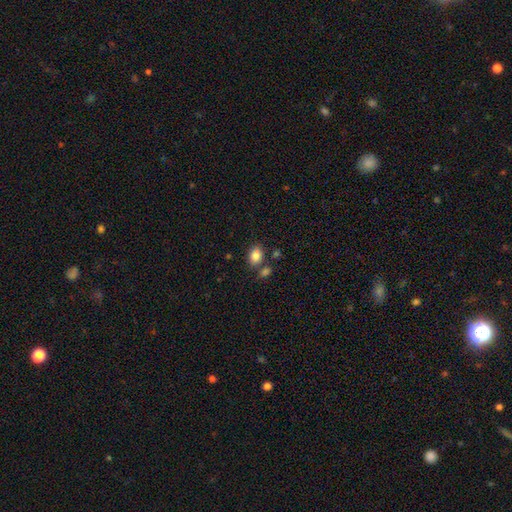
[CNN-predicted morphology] Smooth or featured?
  - smooth: 85% *
  - star or artifact: 9%
  - featured or disk: 5%
How rounded?
  - in between: 75% *
  - round: 24%
  - cigar-shaped: 1%
Merging?
  - none: 68% *
  - merger: 16%
  - minor disturbance: 12%
  - major disturbance: 4%